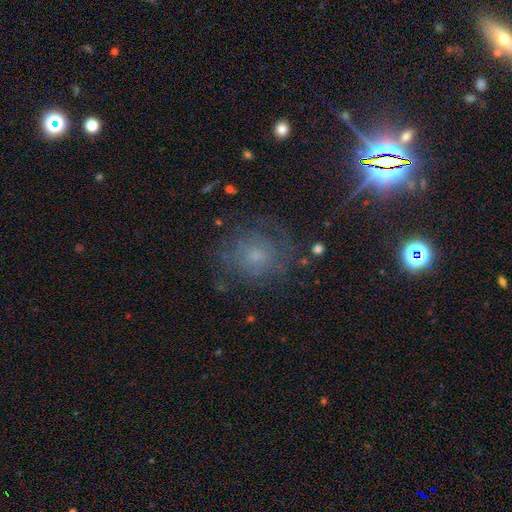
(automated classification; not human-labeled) This appears to be a featured or disk galaxy (39%). Merging: none (72%).